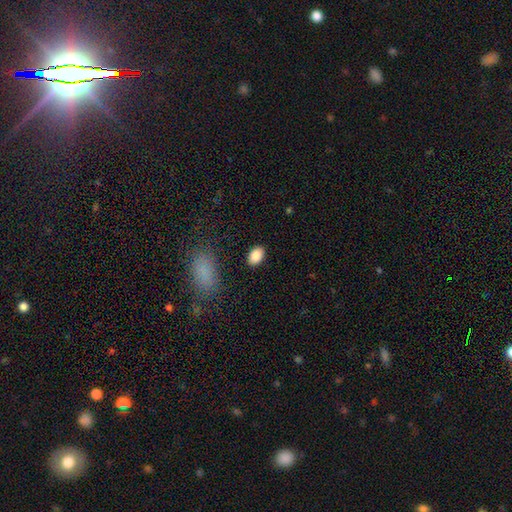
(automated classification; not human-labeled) Smooth or featured?
  - smooth: 87% *
  - star or artifact: 8%
  - featured or disk: 5%
How rounded?
  - in between: 86% *
  - round: 13%
  - cigar-shaped: 1%
Merging?
  - none: 88% *
  - minor disturbance: 9%
  - major disturbance: 2%
  - merger: 1%